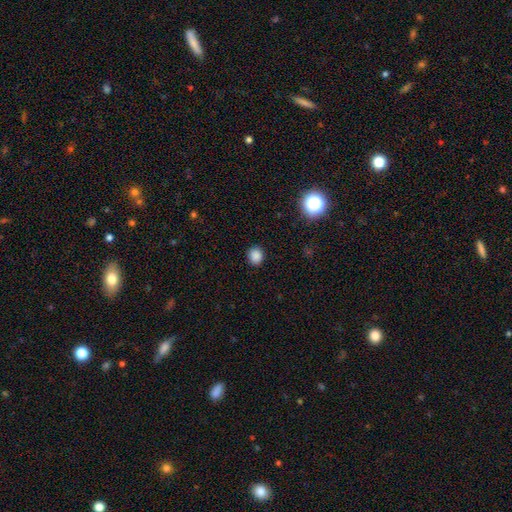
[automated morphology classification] smooth_or_featured: smooth (p=0.85) [alt: star or artifact p=0.12]
how_rounded: round (p=0.73) [alt: in between p=0.26]
merging: none (p=0.89) [alt: minor disturbance p=0.07]